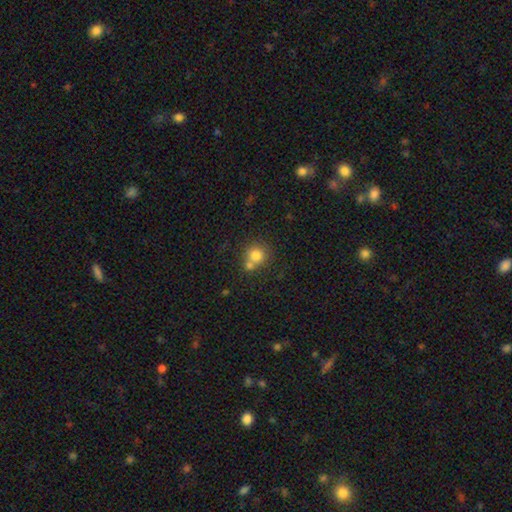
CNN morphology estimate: Smooth or featured? smooth (78%)
How rounded? round (87%)
Merging? none (49%)